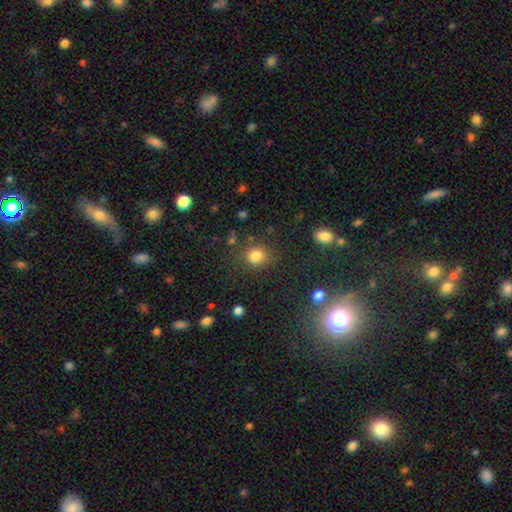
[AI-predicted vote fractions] A smooth galaxy with no disk features (80%) that is round (77%).

Vote fractions:
- Smooth or featured? smooth: 80% / star or artifact: 14% / featured or disk: 6%
- How rounded? round: 77% / in between: 22% / cigar-shaped: 1%
- Merging? none: 80% / minor disturbance: 12% / major disturbance: 5% / merger: 4%